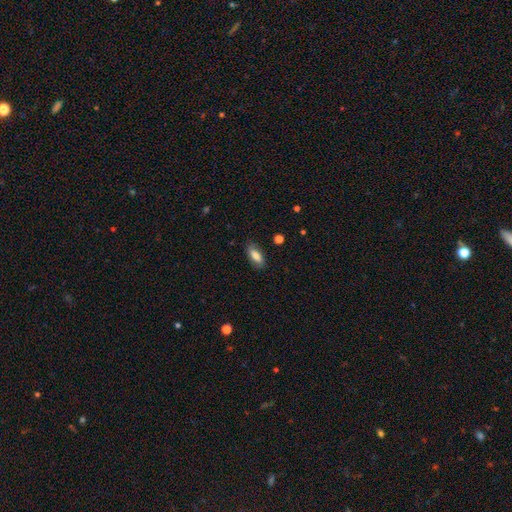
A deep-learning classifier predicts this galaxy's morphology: Smooth or featured: smooth — 79% (featured or disk — 14%)
How rounded: in between — 81% (cigar-shaped — 17%)
Merging: none — 82% (minor disturbance — 14%)